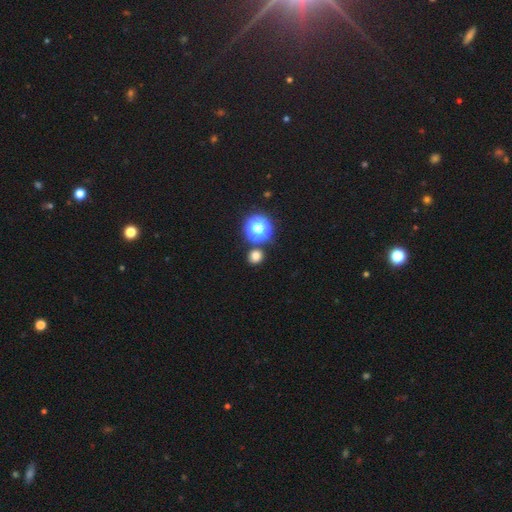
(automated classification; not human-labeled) smooth 73%, star or artifact 22%, featured or disk 5%. Down the decision tree: how rounded — round (84%); merging — none (82%).